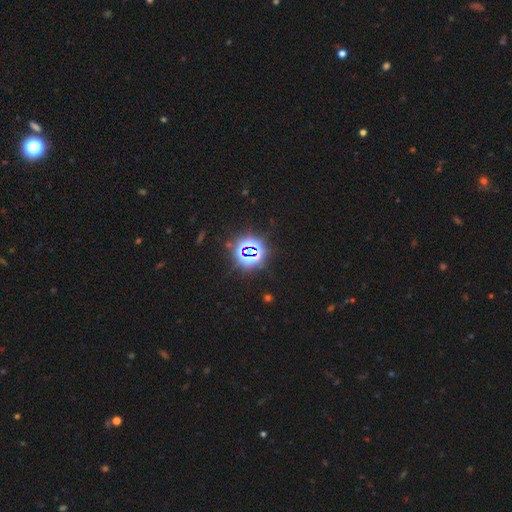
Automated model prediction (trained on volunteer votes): smooth-or-featured: star or artifact: 80% | smooth: 13% | featured or disk: 7%